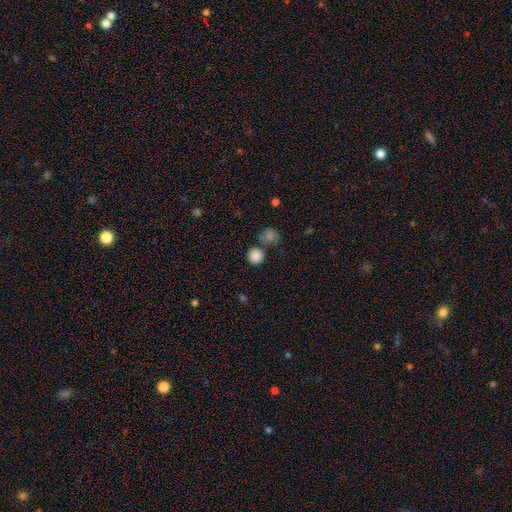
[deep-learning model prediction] The model was most divided on "merging": none: 67%, merger: 19%, minor disturbance: 10%, major disturbance: 4%. More confident: how rounded — round (90%); smooth or featured — smooth (85%).